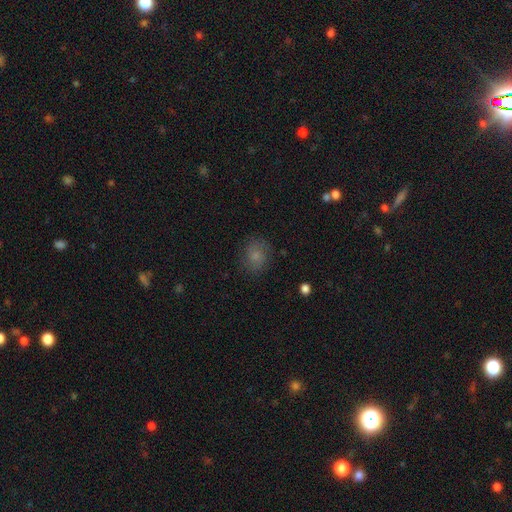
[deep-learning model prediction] Morphology: type=smooth (74%); roundness=round (68%); merging=none (78%).